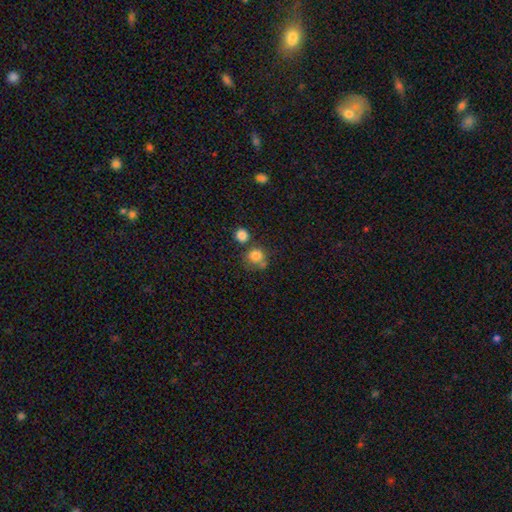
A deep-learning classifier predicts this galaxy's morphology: Q: Smooth or featured?
A: smooth (80%); runner-up: star or artifact (12%)
Q: How rounded?
A: round (85%); runner-up: in between (14%)
Q: Merging?
A: none (56%); runner-up: merger (25%)